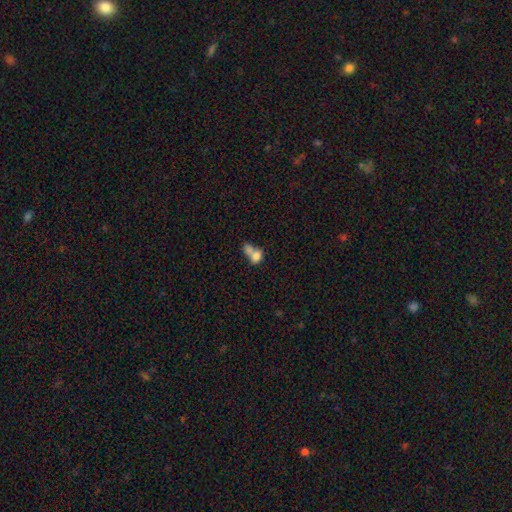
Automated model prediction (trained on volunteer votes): Smooth or featured: smooth — 76% (featured or disk — 15%)
How rounded: in between — 72% (round — 25%)
Merging: merger — 72% (none — 17%)